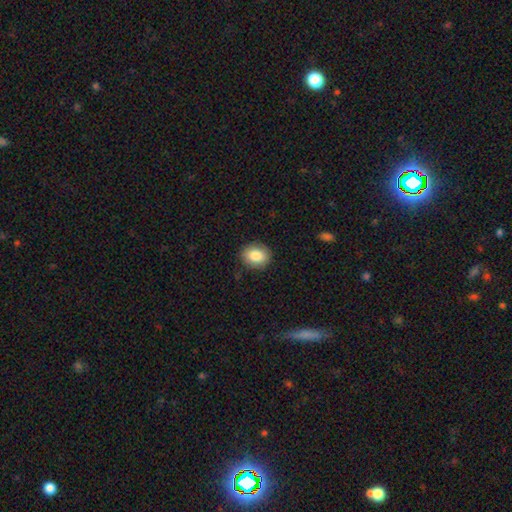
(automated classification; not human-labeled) smooth 86%, star or artifact 8%, featured or disk 6%. Down the decision tree: how rounded — round (55%); merging — none (87%).